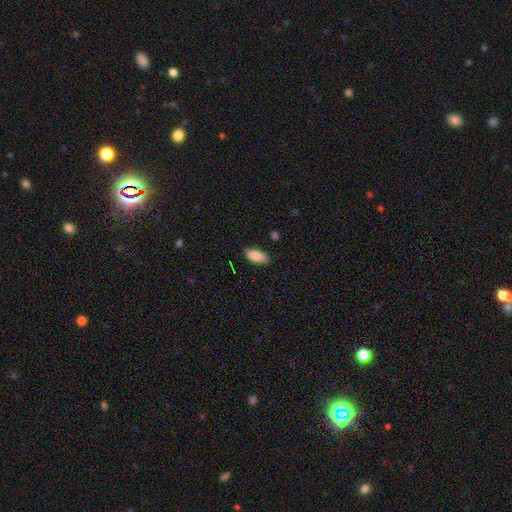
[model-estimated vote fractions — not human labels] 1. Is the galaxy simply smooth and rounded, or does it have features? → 86% smooth, 7% featured or disk, 7% star or artifact.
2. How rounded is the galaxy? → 87% in between, 11% cigar-shaped, 2% round.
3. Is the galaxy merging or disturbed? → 84% none, 12% minor disturbance, 2% major disturbance, 1% merger.